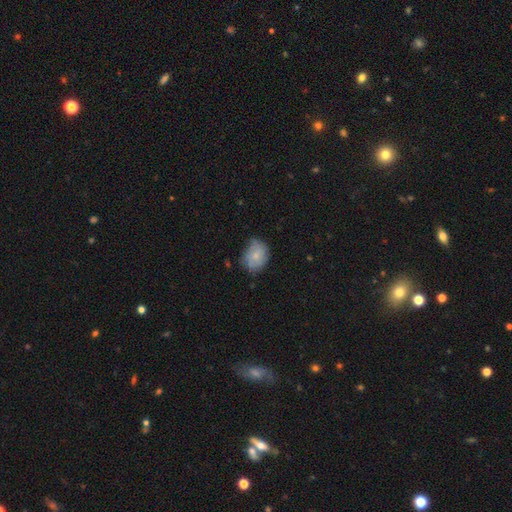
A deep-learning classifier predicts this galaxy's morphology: Q: Smooth or featured?
A: smooth (66%); runner-up: featured or disk (26%)
Q: How rounded?
A: in between (57%); runner-up: round (42%)
Q: Merging?
A: none (53%); runner-up: minor disturbance (35%)